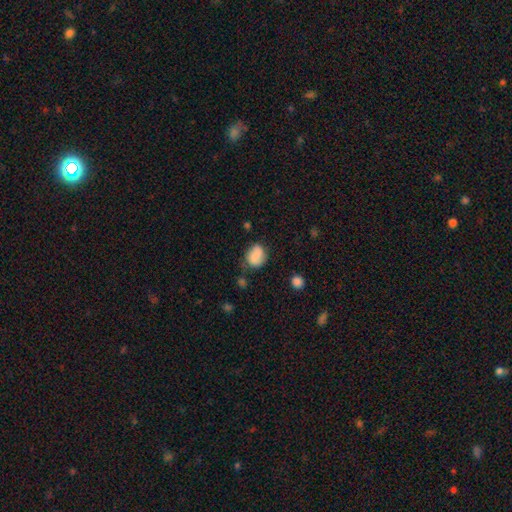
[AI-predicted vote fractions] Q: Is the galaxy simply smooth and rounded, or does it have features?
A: smooth — 78%.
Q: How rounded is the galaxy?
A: in between — 51%.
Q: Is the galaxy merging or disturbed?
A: none — 62%.